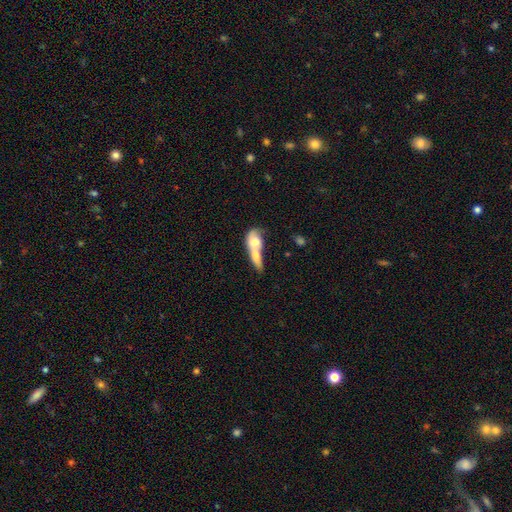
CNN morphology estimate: A smooth galaxy with no disk features (61%) that is in between round and cigar-shaped (54%).

Vote fractions:
- Smooth or featured? smooth: 61% / featured or disk: 32% / star or artifact: 7%
- How rounded? in between: 54% / cigar-shaped: 26% / round: 19%
- Merging? merger: 72% / none: 12% / major disturbance: 8% / minor disturbance: 7%